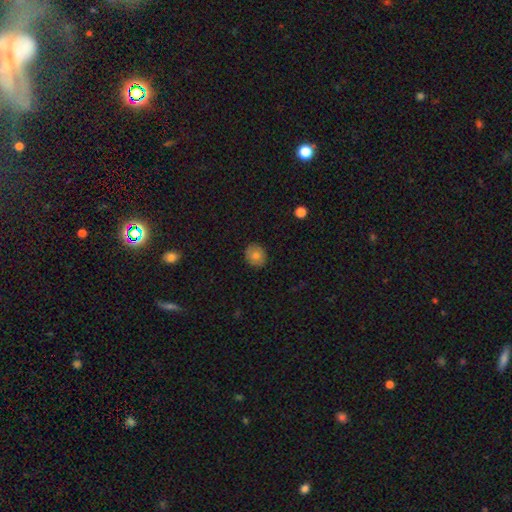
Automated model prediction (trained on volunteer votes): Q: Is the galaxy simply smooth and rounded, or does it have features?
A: smooth — 74%.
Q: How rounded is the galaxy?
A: round — 79%.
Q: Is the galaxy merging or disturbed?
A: none — 87%.